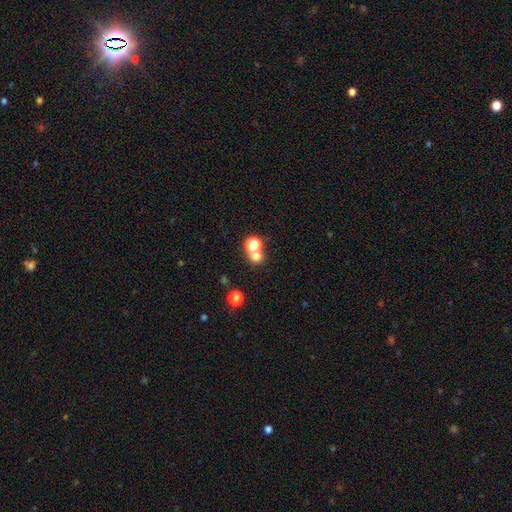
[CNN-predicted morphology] Overall: smooth (69%). How rounded: round (83%). Merging: none (52%; merger 38%).